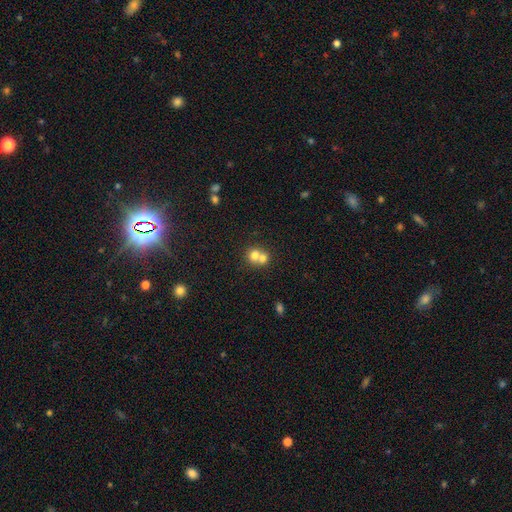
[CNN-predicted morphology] type=smooth (71%); roundness=round (81%); merging=merger (64%).